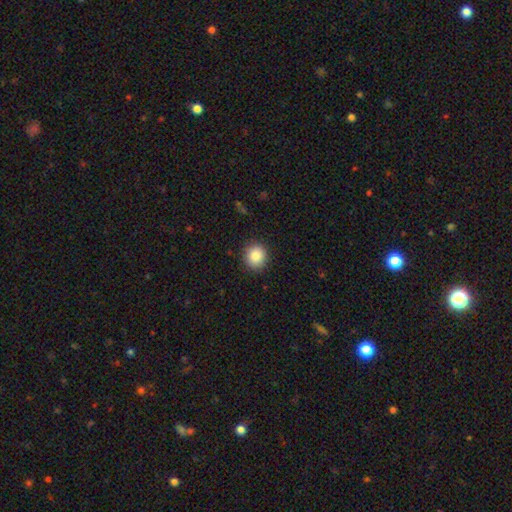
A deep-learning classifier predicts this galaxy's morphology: The model was most divided on "how rounded": round: 84%, in between: 16%, cigar-shaped: 1%. More confident: merging — none (89%); smooth or featured — smooth (88%).